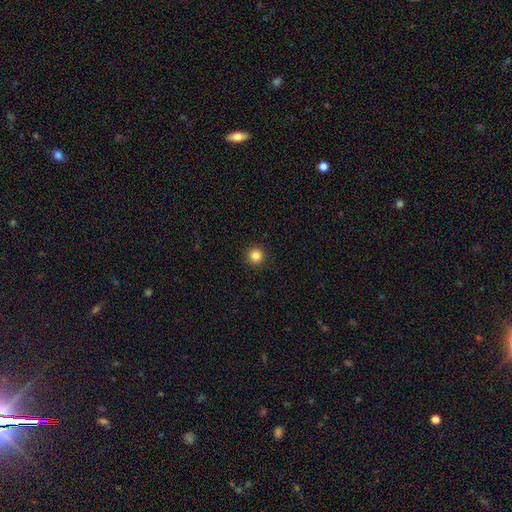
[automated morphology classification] Smooth or featured? smooth (85%)
How rounded? round (96%)
Merging? none (92%)